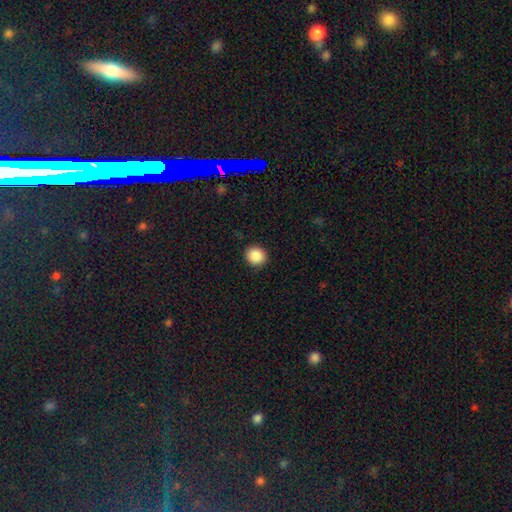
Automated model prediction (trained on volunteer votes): Q: Smooth or featured?
A: smooth (89%); runner-up: star or artifact (9%)
Q: How rounded?
A: round (85%); runner-up: in between (14%)
Q: Merging?
A: none (91%); runner-up: minor disturbance (6%)